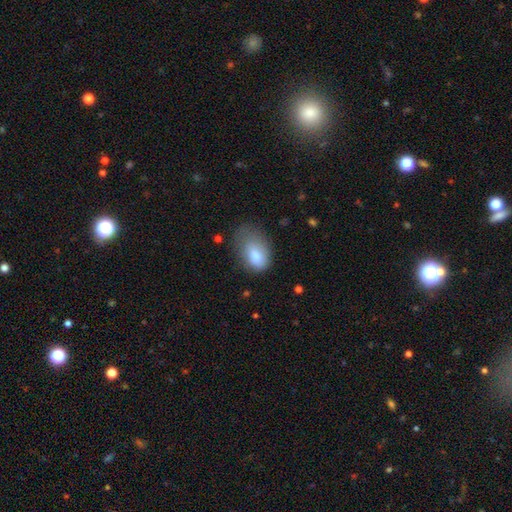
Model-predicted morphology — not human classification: The model was most divided on "merging": minor disturbance: 38%, none: 32%, major disturbance: 27%, merger: 2%. More confident: how rounded — in between (87%); smooth or featured — smooth (80%).